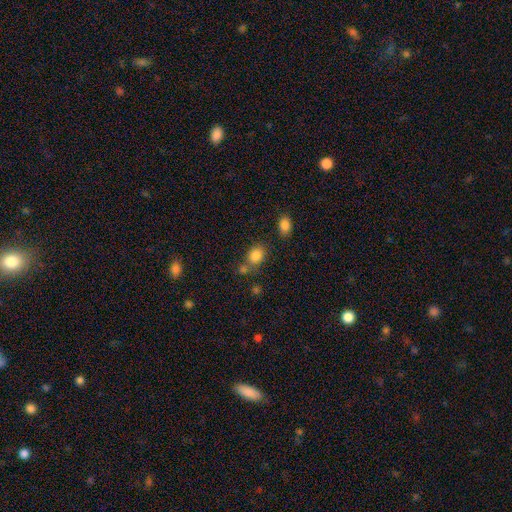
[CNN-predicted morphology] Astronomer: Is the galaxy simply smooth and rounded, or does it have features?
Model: smooth — 83%.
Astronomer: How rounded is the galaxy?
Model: in between — 50% (runner-up: round, 49%).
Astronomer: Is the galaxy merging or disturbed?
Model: none — 61%.